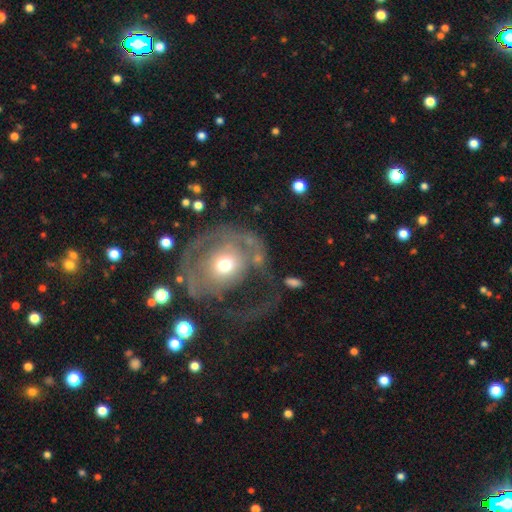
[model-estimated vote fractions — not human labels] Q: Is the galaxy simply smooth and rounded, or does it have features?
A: featured or disk — 60%.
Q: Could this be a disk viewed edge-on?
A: no — 96%.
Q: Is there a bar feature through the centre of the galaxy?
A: no — 81%.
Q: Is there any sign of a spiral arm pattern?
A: no — 57%.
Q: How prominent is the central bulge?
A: moderate — 65%.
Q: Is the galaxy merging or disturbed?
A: major disturbance — 43%.